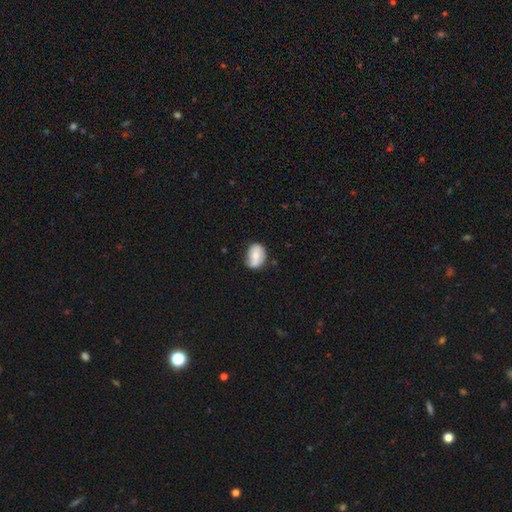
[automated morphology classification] smooth-or-featured: smooth: 61% | featured or disk: 31% | star or artifact: 7%
  how-rounded: in between: 65% | round: 34% | cigar-shaped: 1%
  merging: none: 61% | minor disturbance: 29% | major disturbance: 6% | merger: 5%